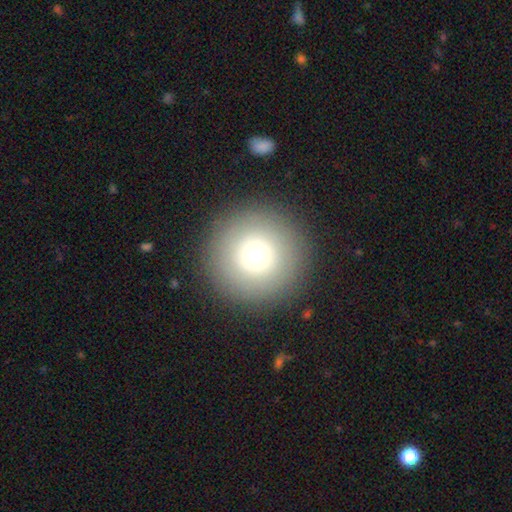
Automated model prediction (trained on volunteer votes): Smooth or featured? Predicted: smooth (p=0.69). How rounded? Predicted: round (p=0.97). Merging? Predicted: none (p=0.90).